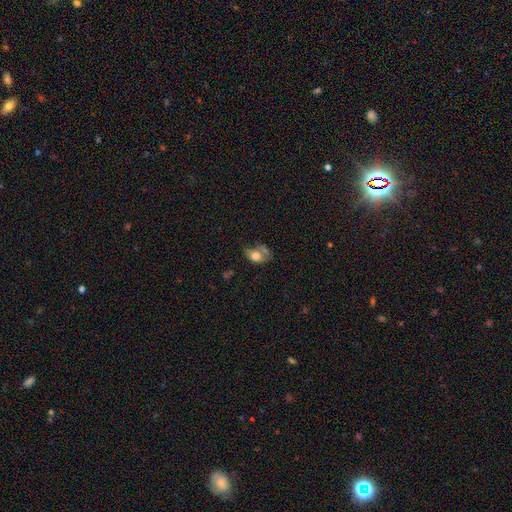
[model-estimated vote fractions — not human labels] This is likely a smooth galaxy (66%). How rounded: likely in between (78%). Merging: marginally none (26%, tied with minor disturbance).